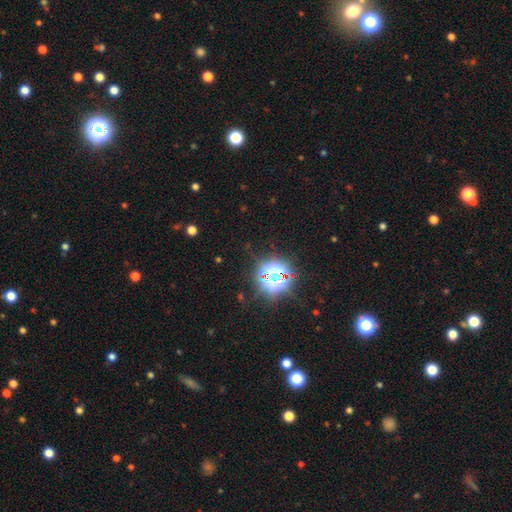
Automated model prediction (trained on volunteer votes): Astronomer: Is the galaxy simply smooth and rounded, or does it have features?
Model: star or artifact — 82%.